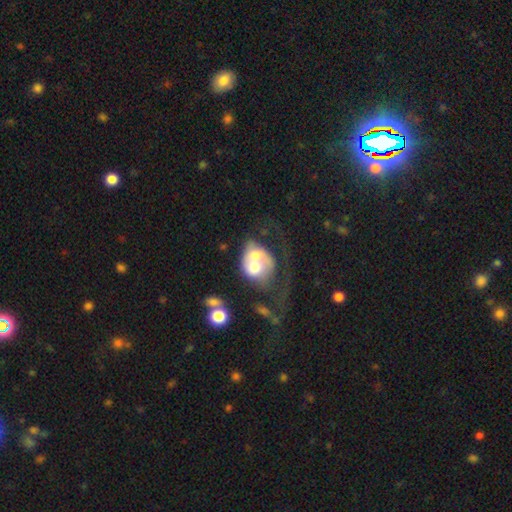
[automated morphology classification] type=featured or disk (46%); merging=merger (56%).